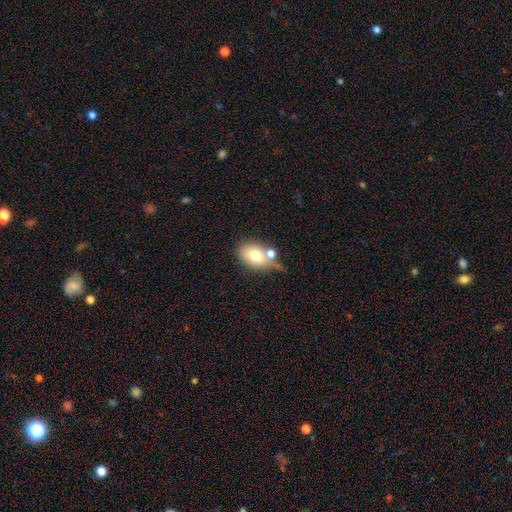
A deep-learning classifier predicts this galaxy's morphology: This appears to be a smooth galaxy with no disk features (71%) that is in between round and cigar-shaped (77%). Merging: none (46%).